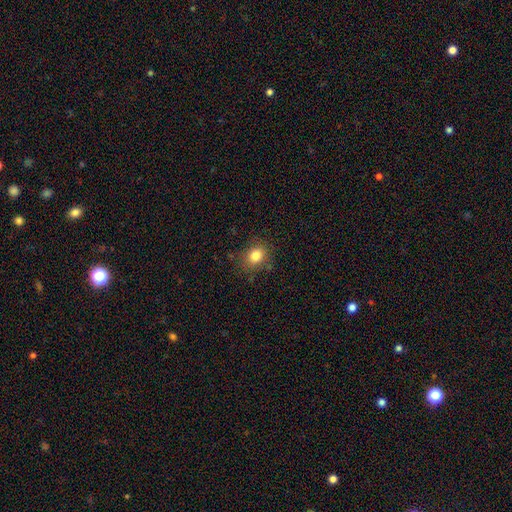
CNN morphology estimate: The model was most divided on "how rounded": round: 53%, in between: 46%, cigar-shaped: 1%. More confident: smooth or featured — smooth (83%); merging — none (82%).